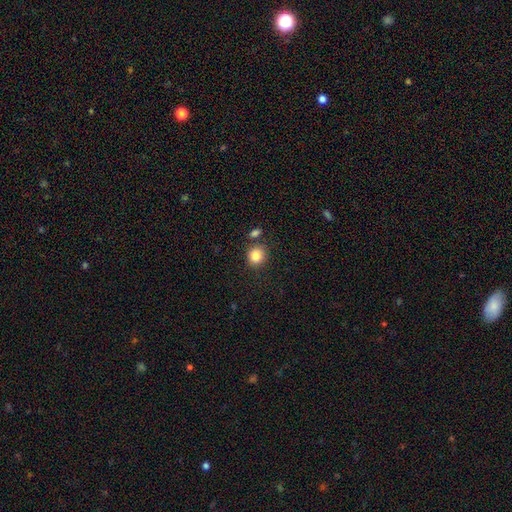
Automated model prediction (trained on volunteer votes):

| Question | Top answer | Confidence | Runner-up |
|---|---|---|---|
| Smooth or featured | smooth | 85% | star or artifact (10%) |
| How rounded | round | 83% | in between (16%) |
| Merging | none | 77% | minor disturbance (10%) |